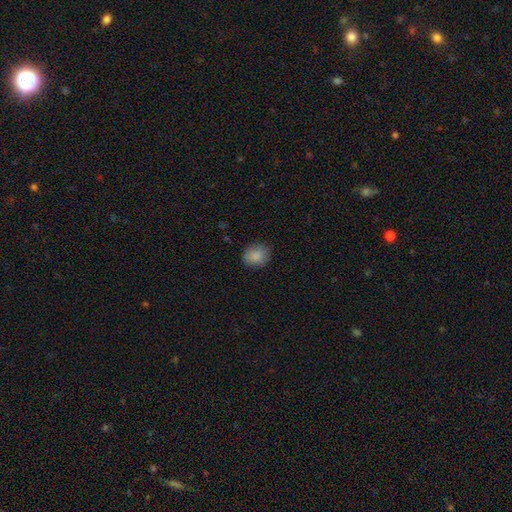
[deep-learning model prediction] Smooth or featured: smooth — 87% (star or artifact — 8%)
How rounded: round — 58% (in between — 41%)
Merging: none — 84% (minor disturbance — 12%)